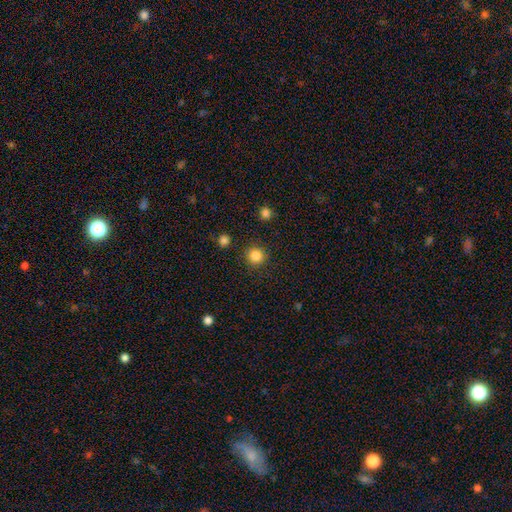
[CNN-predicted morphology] A smooth galaxy with no disk features (85%) that is round (94%).

Vote fractions:
- Smooth or featured? smooth: 85% / star or artifact: 12% / featured or disk: 4%
- How rounded? round: 94% / in between: 5% / cigar-shaped: 1%
- Merging? none: 90% / minor disturbance: 6% / major disturbance: 2% / merger: 2%